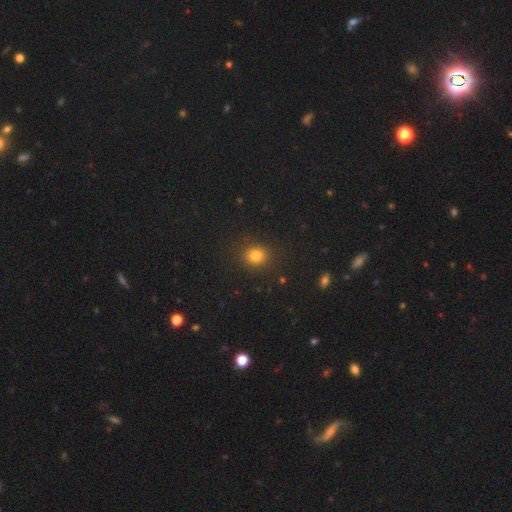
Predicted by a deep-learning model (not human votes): Q: Smooth or featured?
A: smooth (80%); runner-up: star or artifact (15%)
Q: How rounded?
A: round (78%); runner-up: in between (21%)
Q: Merging?
A: none (89%); runner-up: minor disturbance (7%)